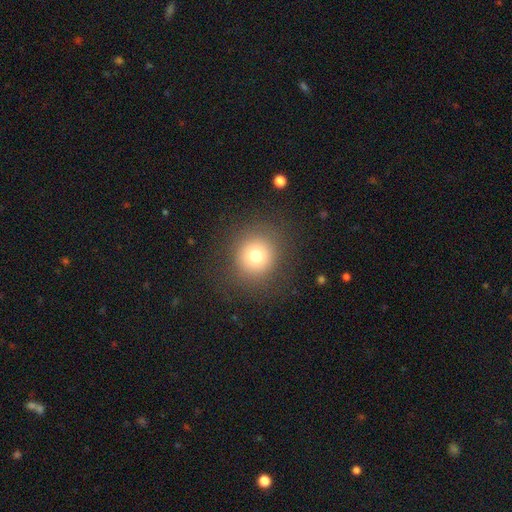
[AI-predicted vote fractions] Smooth or featured?
  - smooth: 75% *
  - star or artifact: 14%
  - featured or disk: 11%
How rounded?
  - round: 91% *
  - in between: 8%
  - cigar-shaped: 1%
Merging?
  - none: 86% *
  - minor disturbance: 8%
  - major disturbance: 5%
  - merger: 1%